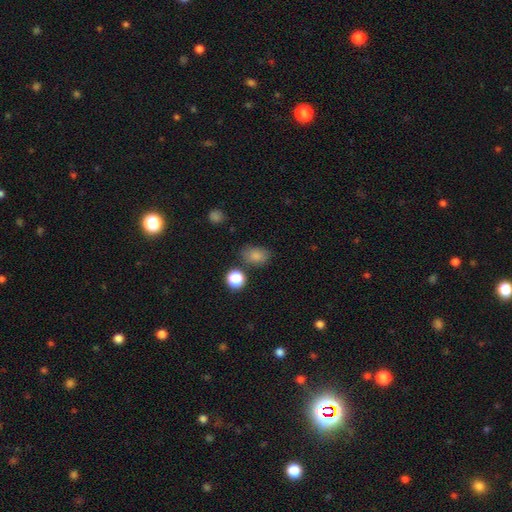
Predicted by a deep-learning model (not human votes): Smooth or featured?
  - smooth: 82% *
  - star or artifact: 12%
  - featured or disk: 6%
How rounded?
  - in between: 73% *
  - round: 25%
  - cigar-shaped: 1%
Merging?
  - none: 74% *
  - minor disturbance: 16%
  - merger: 6%
  - major disturbance: 4%